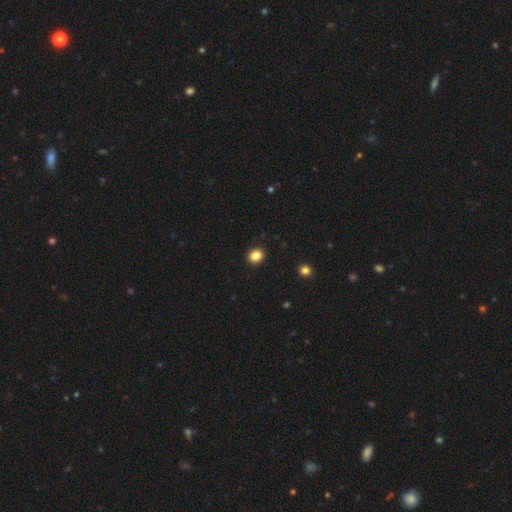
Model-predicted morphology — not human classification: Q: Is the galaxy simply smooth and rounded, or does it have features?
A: smooth — 85%.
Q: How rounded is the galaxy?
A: round — 73%.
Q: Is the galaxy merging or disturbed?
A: none — 92%.